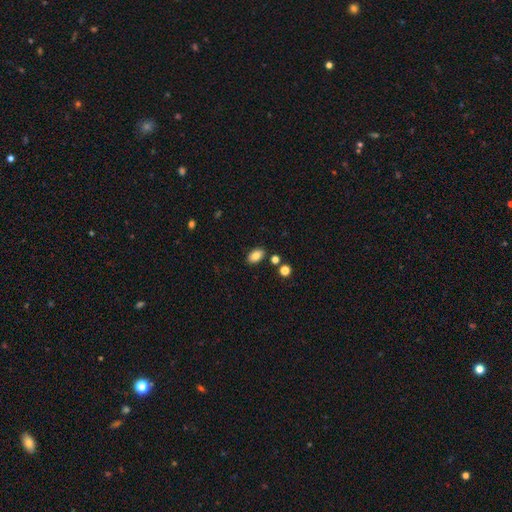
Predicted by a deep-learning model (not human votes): A smooth galaxy with no disk features (82%) that is in between round and cigar-shaped (90%). Merging: none (84%).